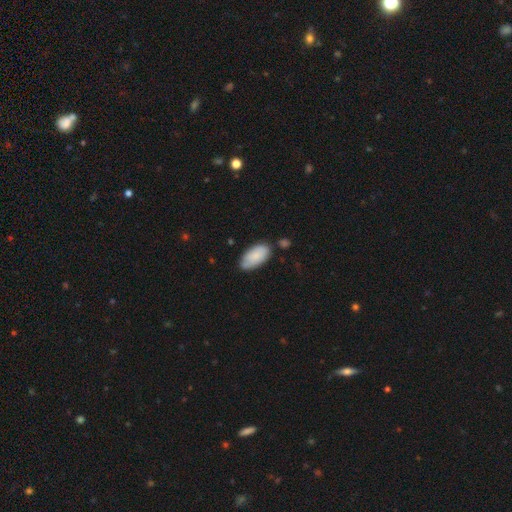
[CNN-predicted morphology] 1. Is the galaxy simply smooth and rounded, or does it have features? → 84% smooth, 10% featured or disk, 6% star or artifact.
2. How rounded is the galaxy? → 94% in between, 4% cigar-shaped, 2% round.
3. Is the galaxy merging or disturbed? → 72% none, 20% minor disturbance, 4% merger, 4% major disturbance.